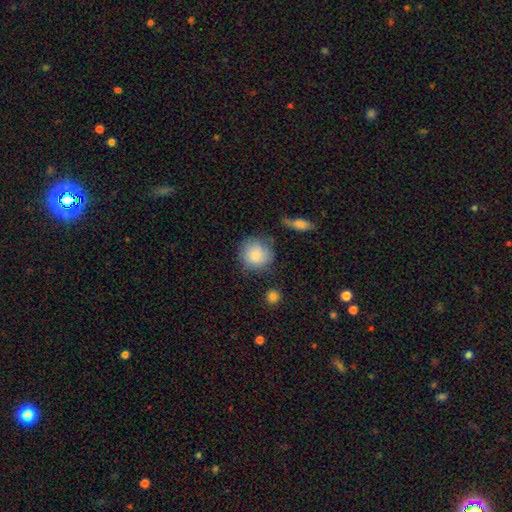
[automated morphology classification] A smooth galaxy with no disk features (82%) that is round (90%). Merging: none (68%).